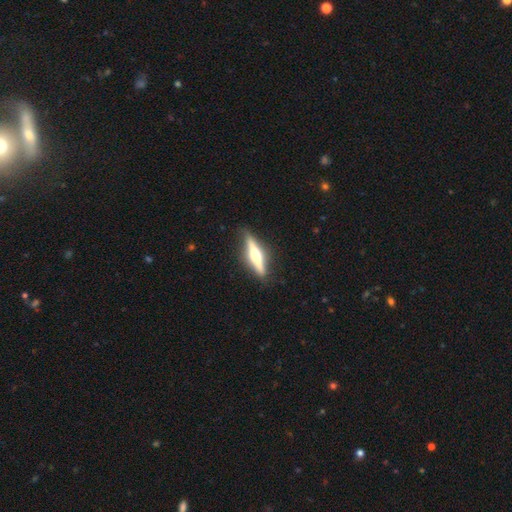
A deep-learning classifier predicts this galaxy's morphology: A featured or disk galaxy (70%) viewed edge-on (97%) with a rounded central bulge (92%).

Vote fractions:
- Smooth or featured? featured or disk: 70% / smooth: 25% / star or artifact: 5%
- Edge-on disk? yes: 97% / no: 3%
- Edge-on bulge? rounded: 92% / boxy: 5% / none: 3%
- Merging? none: 88% / minor disturbance: 9% / major disturbance: 2% / merger: 1%